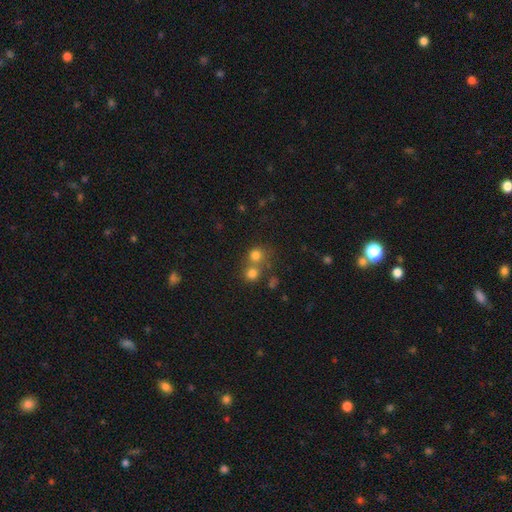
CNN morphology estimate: Smooth or featured? Predicted: smooth (p=0.75). How rounded? Predicted: round (p=0.86). Merging? Predicted: none (p=0.49).